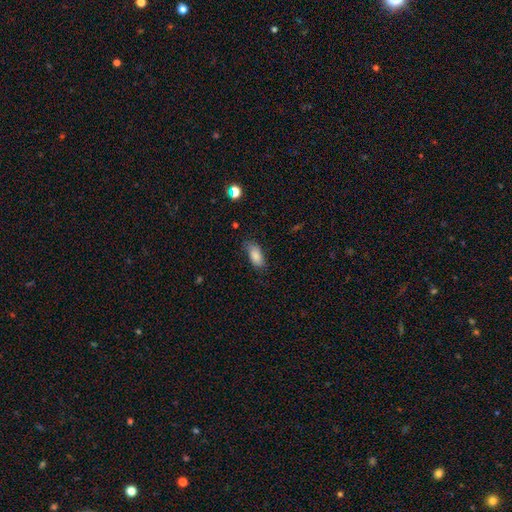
Overall: smooth (85%). How rounded: in between (94%). Merging: none (49%; minor disturbance 41%).